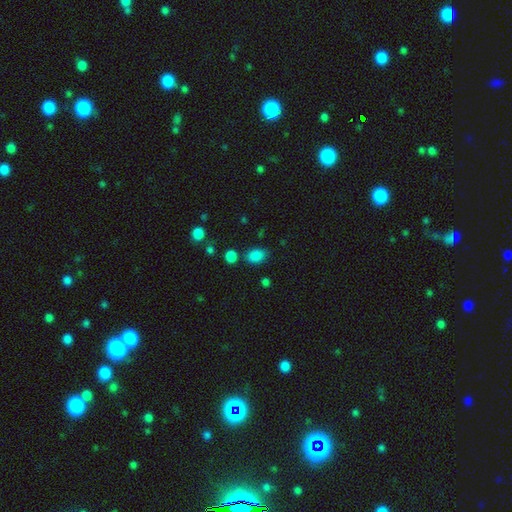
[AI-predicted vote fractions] This appears to be a smooth galaxy with no disk features (85%) that is in between round and cigar-shaped (76%). Merging: none (74%).